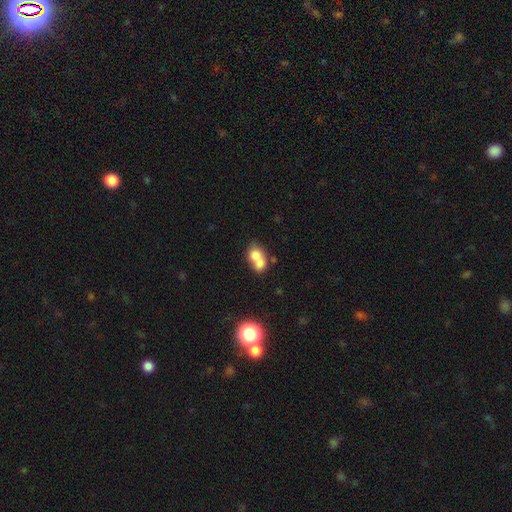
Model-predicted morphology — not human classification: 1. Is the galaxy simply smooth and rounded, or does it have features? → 69% smooth, 21% featured or disk, 10% star or artifact.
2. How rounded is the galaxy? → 51% in between, 48% round, 1% cigar-shaped.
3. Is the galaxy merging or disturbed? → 69% merger, 20% none, 6% minor disturbance, 4% major disturbance.